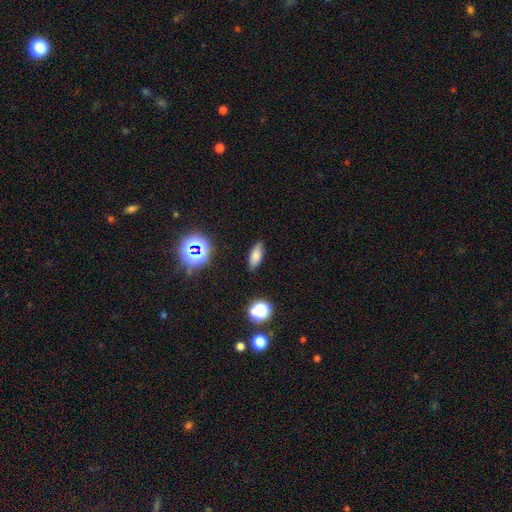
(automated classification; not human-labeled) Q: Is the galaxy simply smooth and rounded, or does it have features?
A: smooth — 72%.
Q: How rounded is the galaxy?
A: in between — 74%.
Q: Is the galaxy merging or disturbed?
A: none — 85%.